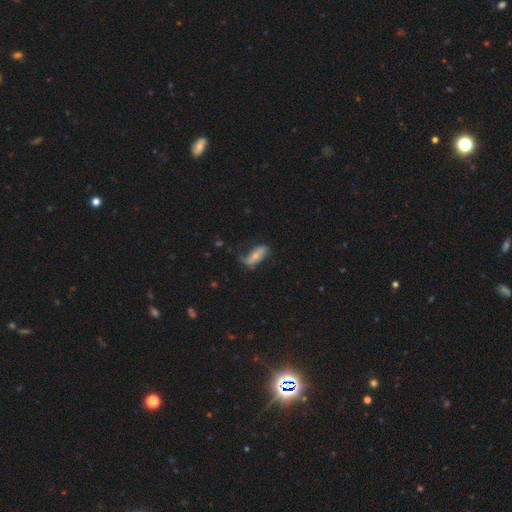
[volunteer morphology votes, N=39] Q: Smooth or featured?
A: featured or disk (49%); runner-up: smooth (44%)
Q: Edge-on disk?
A: no (58%); runner-up: yes (42%)
Q: Bar?
A: no (55%); runner-up: weak (27%)
Q: Spiral arms?
A: no (64%); runner-up: yes (36%)
Q: Bulge size?
A: moderate (55%); runner-up: small (45%)
Q: Merging?
A: minor disturbance (56%); runner-up: none (25%)